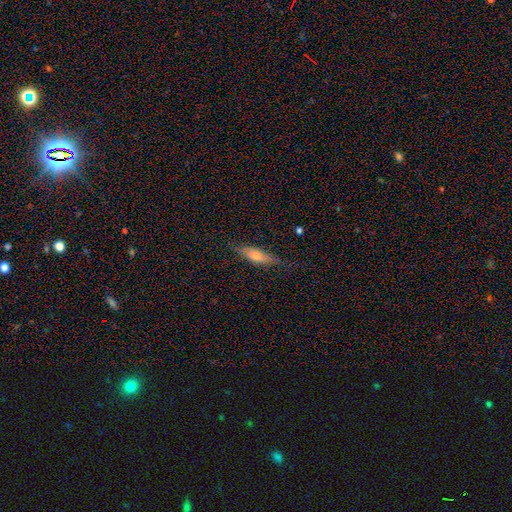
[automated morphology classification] Smooth or featured? Predicted: smooth (p=0.52). How rounded? Predicted: cigar-shaped (p=0.69). Merging? Predicted: none (p=0.75).